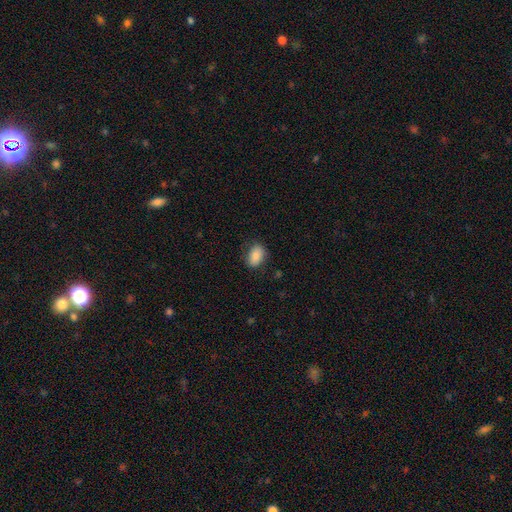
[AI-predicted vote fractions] smooth_or_featured: smooth (p=0.85) [alt: featured or disk p=0.08]
how_rounded: in between (p=0.85) [alt: round p=0.14]
merging: none (p=0.79) [alt: minor disturbance p=0.16]